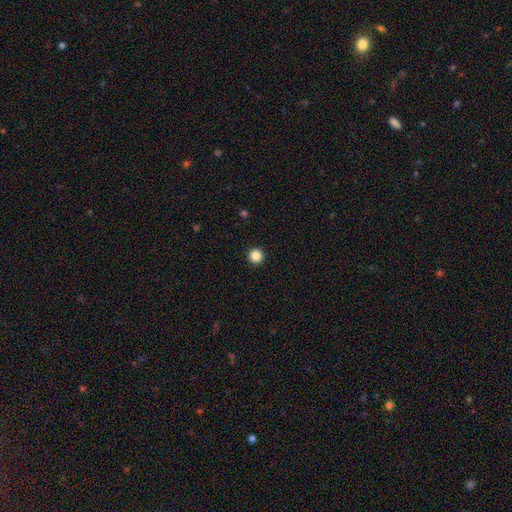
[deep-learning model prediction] A smooth galaxy with no disk features (86%) that is round (96%). Merging: none (94%).